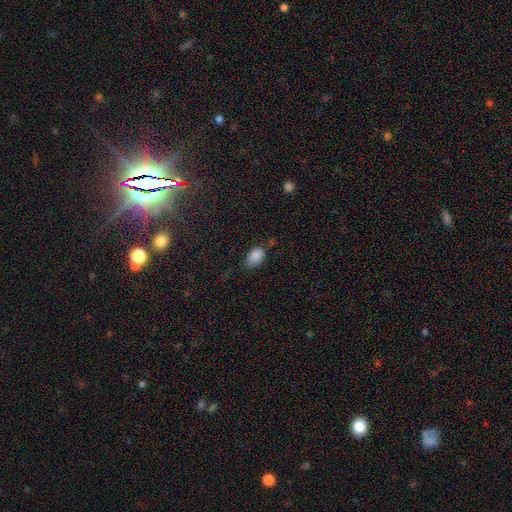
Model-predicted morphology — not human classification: The model was most divided on "merging": none: 60%, minor disturbance: 30%, major disturbance: 7%, merger: 3%. More confident: how rounded — in between (91%); smooth or featured — smooth (86%).